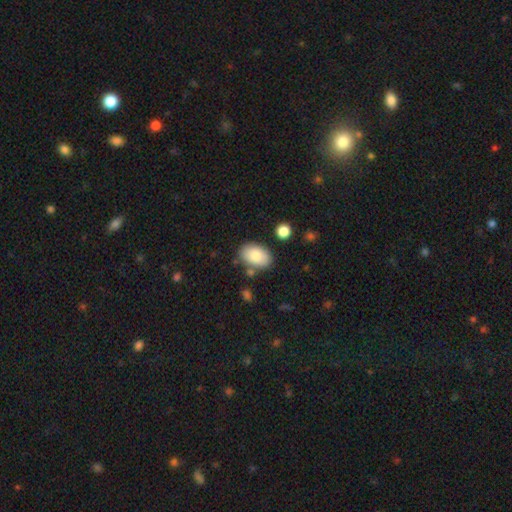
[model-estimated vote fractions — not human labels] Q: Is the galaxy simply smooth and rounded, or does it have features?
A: smooth — 83%.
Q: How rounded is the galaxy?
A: in between — 90%.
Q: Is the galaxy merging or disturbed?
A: none — 78%.